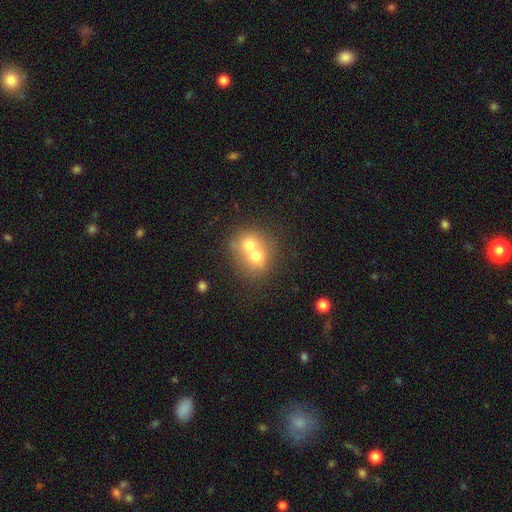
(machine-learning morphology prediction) smooth_or_featured: smooth (p=0.64) [alt: featured or disk p=0.26]
how_rounded: round (p=0.73) [alt: in between p=0.26]
merging: merger (p=0.69) [alt: none p=0.23]